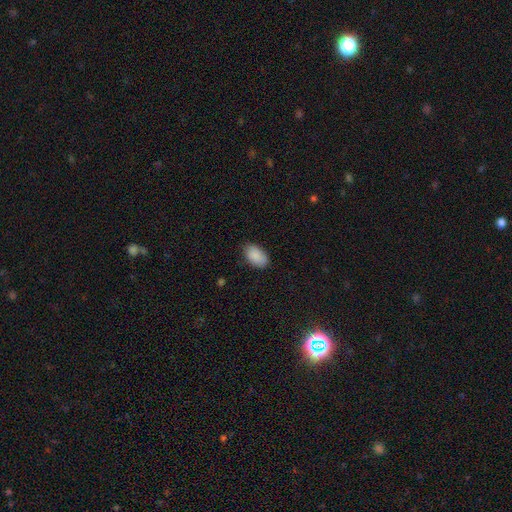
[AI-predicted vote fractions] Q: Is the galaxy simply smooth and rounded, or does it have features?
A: smooth — 89%.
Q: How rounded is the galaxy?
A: in between — 93%.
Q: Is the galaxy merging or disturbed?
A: none — 80%.